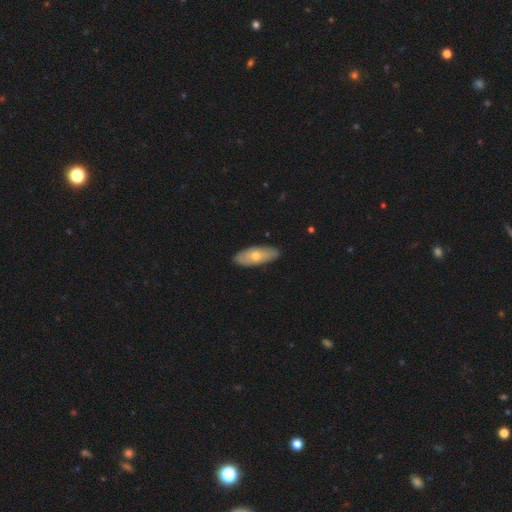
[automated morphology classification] Smooth or featured?
  - smooth: 55% *
  - featured or disk: 39%
  - star or artifact: 6%
How rounded?
  - in between: 75% *
  - cigar-shaped: 22%
  - round: 3%
Merging?
  - none: 87% *
  - minor disturbance: 10%
  - major disturbance: 2%
  - merger: 1%